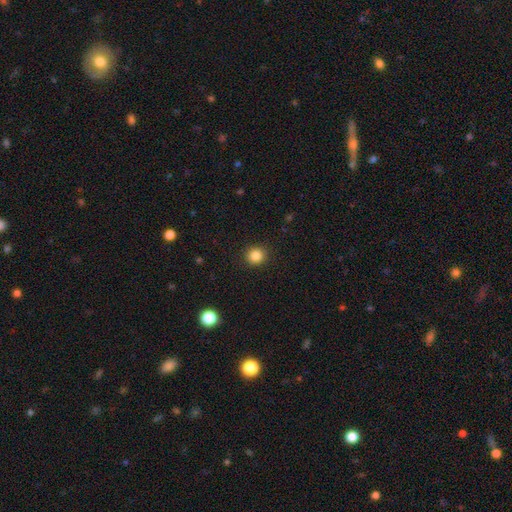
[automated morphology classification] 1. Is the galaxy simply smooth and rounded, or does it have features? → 85% smooth, 11% star or artifact, 4% featured or disk.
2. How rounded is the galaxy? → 89% round, 10% in between, 1% cigar-shaped.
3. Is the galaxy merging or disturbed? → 91% none, 6% minor disturbance, 2% major disturbance, 1% merger.